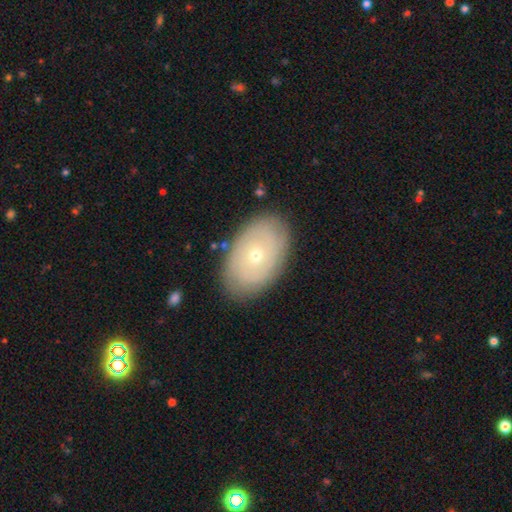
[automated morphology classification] A featured or disk galaxy (52%).

Vote fractions:
- Smooth or featured? featured or disk: 52% / smooth: 40% / star or artifact: 7%
- Edge-on disk? no: 92% / yes: 8%
- Merging? none: 83% / minor disturbance: 12% / major disturbance: 3% / merger: 1%